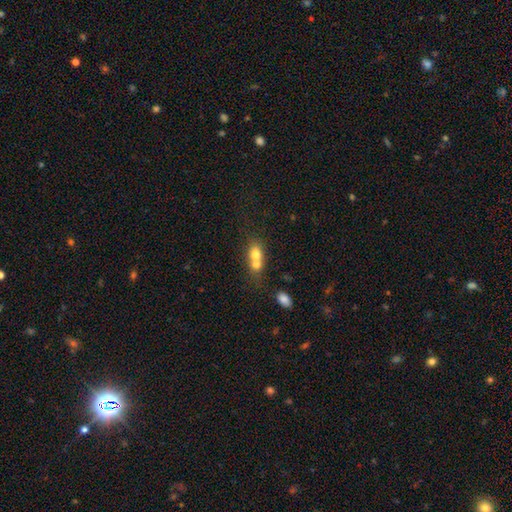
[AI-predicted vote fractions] smooth 69%, featured or disk 20%, star or artifact 11%. Down the decision tree: how rounded — in between (48%, tied with round); merging — merger (67%).